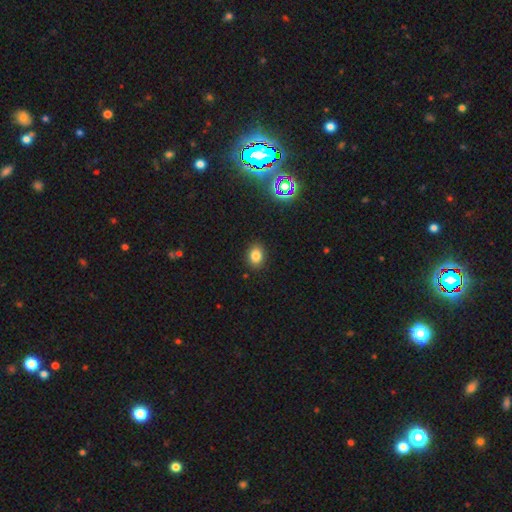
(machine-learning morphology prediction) A smooth galaxy with no disk features (80%) that is in between round and cigar-shaped (59%). Merging: none (88%).